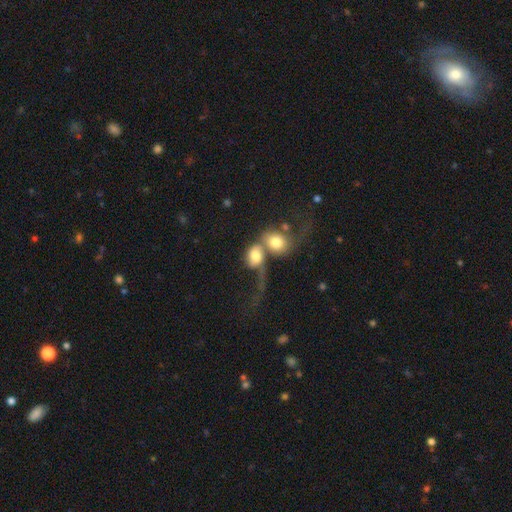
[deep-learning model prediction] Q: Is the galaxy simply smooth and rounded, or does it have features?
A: smooth — 63%.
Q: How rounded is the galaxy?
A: in between — 50%.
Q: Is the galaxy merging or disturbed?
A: merger — 73%.